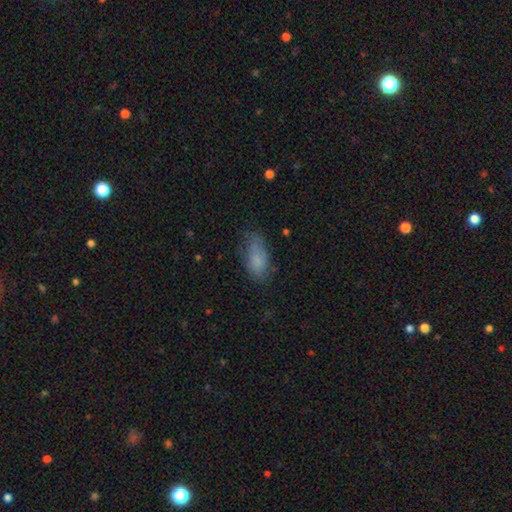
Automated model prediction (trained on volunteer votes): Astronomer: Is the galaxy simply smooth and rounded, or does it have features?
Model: smooth — 74%.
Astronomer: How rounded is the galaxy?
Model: in between — 82%.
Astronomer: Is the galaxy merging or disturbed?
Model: none — 64%.